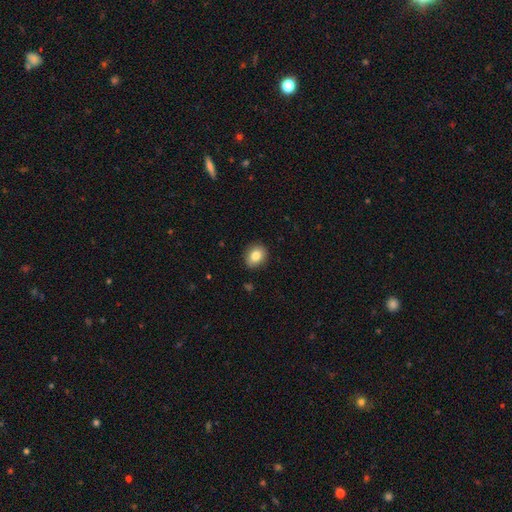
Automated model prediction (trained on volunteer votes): Morphology: type=smooth (83%); roundness=round (56%); merging=none (87%).